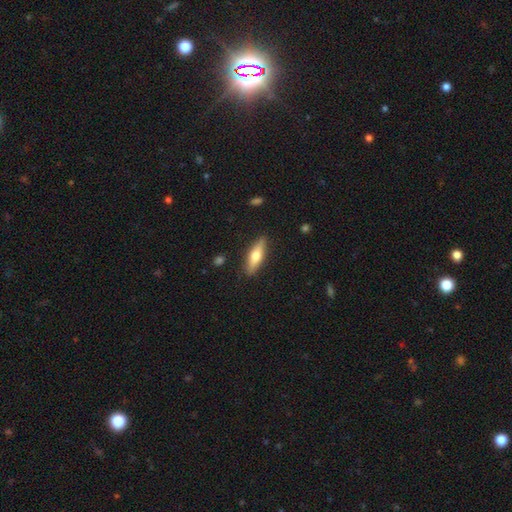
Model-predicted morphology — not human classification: This is possibly a smooth galaxy (56%). How rounded: possibly cigar-shaped (56%). Merging: clearly none (87%).